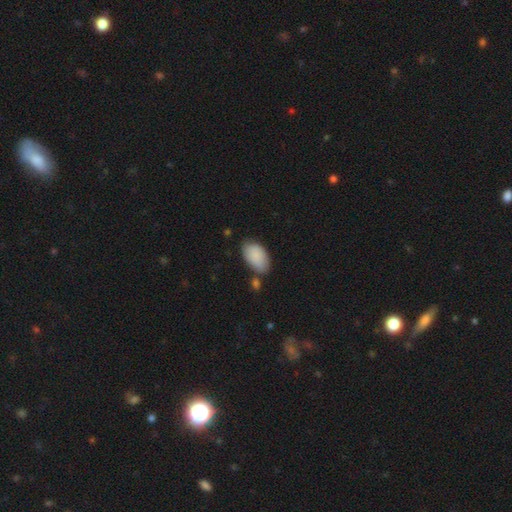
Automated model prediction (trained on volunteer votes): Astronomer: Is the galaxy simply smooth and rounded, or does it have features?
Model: smooth — 88%.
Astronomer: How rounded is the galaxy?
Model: in between — 95%.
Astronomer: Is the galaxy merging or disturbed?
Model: none — 65%.